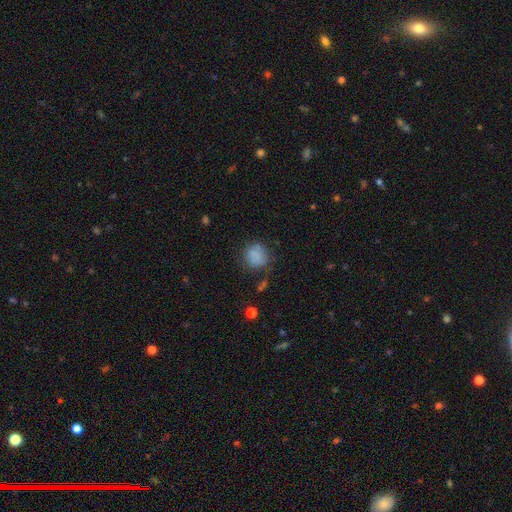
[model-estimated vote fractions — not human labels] The model was most divided on "merging": none: 69%, minor disturbance: 19%, major disturbance: 7%, merger: 5%. More confident: smooth or featured — smooth (80%); how rounded — round (80%).